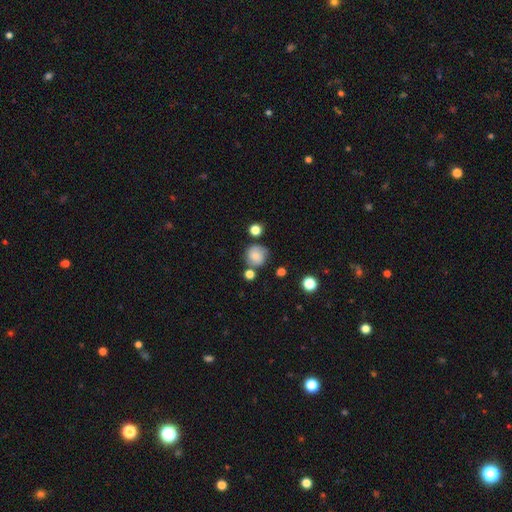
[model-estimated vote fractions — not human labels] Overall: smooth (71%). How rounded: round (87%). Merging: none (64%).